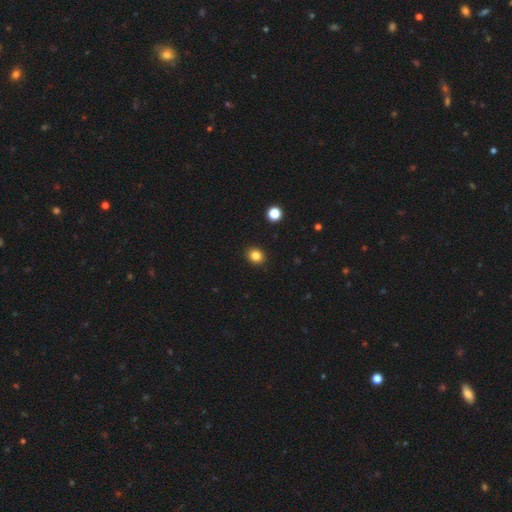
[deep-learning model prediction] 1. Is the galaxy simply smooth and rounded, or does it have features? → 83% smooth, 12% star or artifact, 5% featured or disk.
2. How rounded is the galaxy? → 67% round, 32% in between, 1% cigar-shaped.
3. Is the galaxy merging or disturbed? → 92% none, 6% minor disturbance, 2% major disturbance, 1% merger.